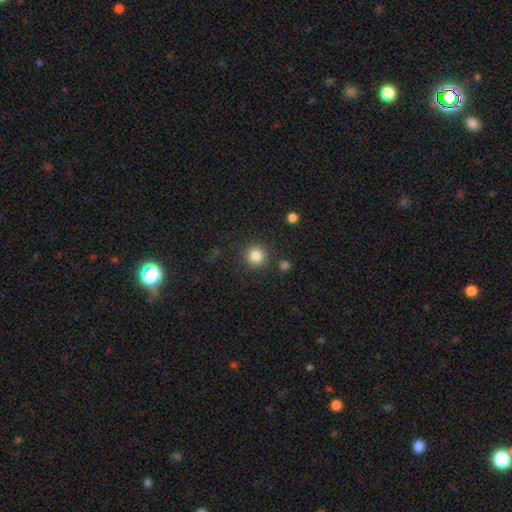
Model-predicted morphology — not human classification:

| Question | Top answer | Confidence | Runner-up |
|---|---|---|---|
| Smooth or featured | smooth | 84% | star or artifact (11%) |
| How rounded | round | 94% | in between (5%) |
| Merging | none | 88% | minor disturbance (6%) |